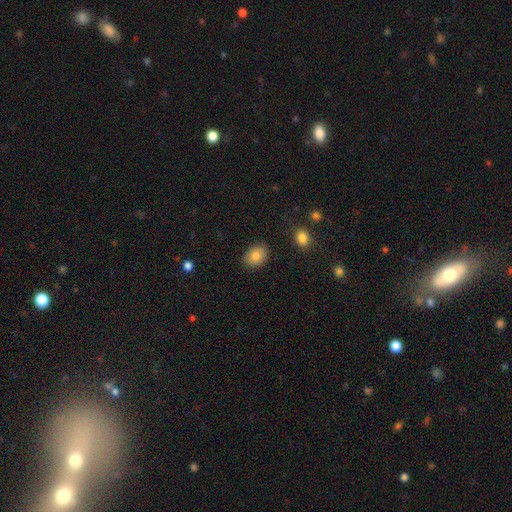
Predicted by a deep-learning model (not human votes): Overall: smooth (83%). How rounded: in between (70%). Merging: none (85%).